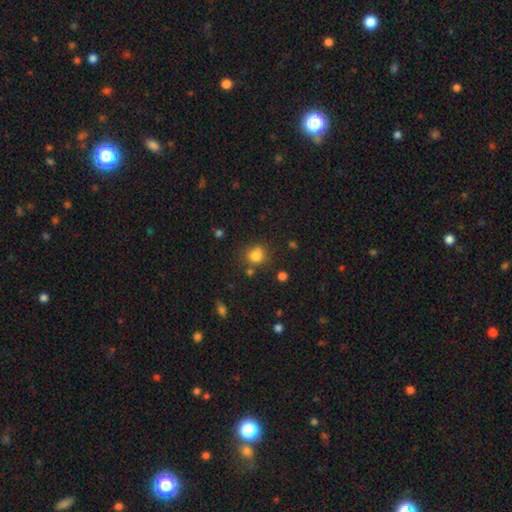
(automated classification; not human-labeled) Q: Smooth or featured?
A: smooth (79%); runner-up: star or artifact (14%)
Q: How rounded?
A: round (79%); runner-up: in between (20%)
Q: Merging?
A: none (66%); runner-up: minor disturbance (17%)